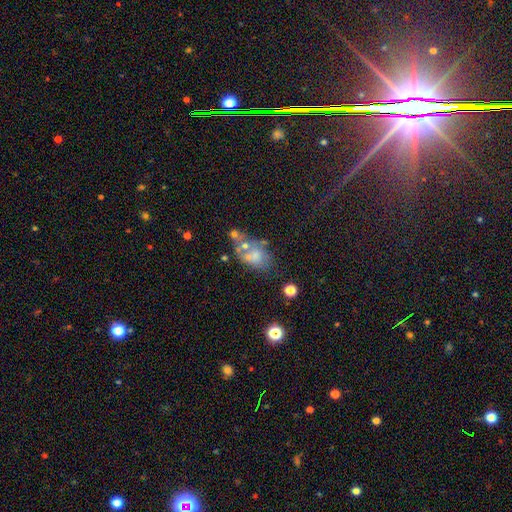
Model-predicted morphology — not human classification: Smooth or featured? Predicted: smooth (p=0.40). Merging? Predicted: none (p=0.36).